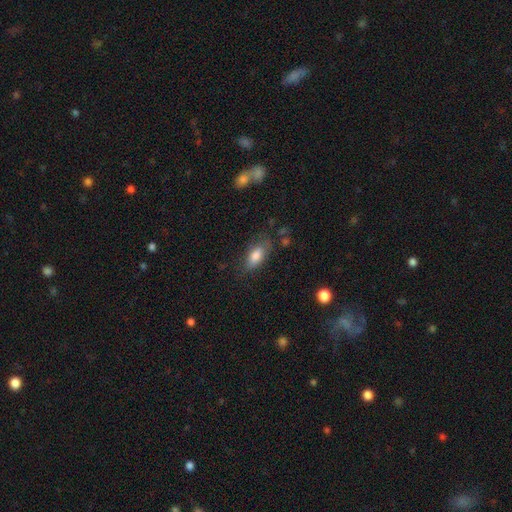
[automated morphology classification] This appears to be a smooth galaxy with no disk features (80%) that is in between round and cigar-shaped (86%). Merging: none (67%).